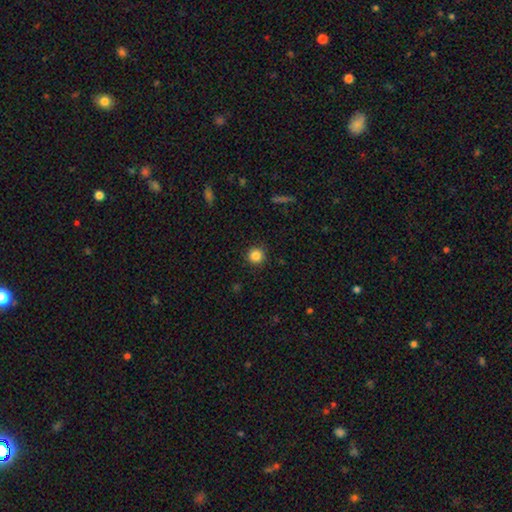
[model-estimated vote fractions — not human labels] Overall: smooth (85%). How rounded: round (95%). Merging: none (91%).